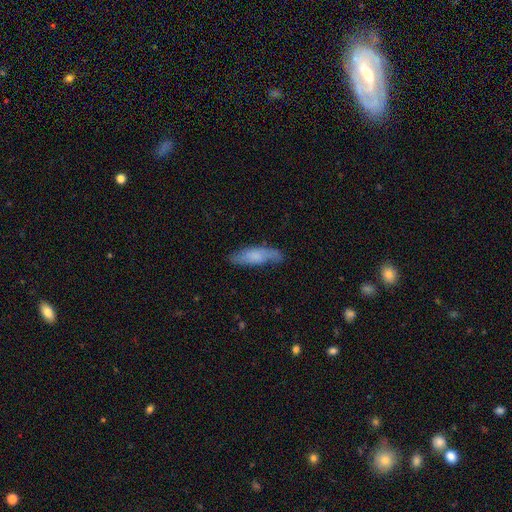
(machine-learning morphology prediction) Overall: smooth (65%; featured or disk 29%). How rounded: cigar-shaped (61%; in between 37%). Merging: none (72%).